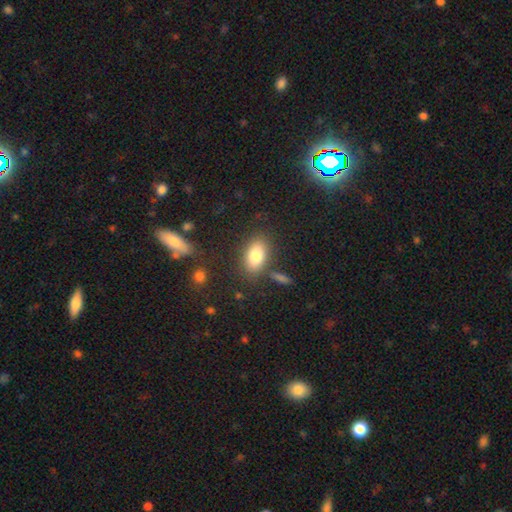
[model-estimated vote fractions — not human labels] Morphology: type=smooth (81%); roundness=in between (88%); merging=none (78%).